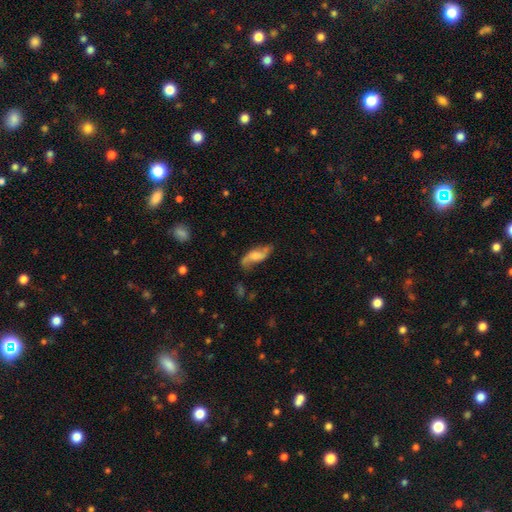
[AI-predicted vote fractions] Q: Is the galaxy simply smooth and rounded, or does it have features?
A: featured or disk — 59%.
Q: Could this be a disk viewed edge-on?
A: no — 85%.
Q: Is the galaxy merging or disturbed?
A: none — 66%.